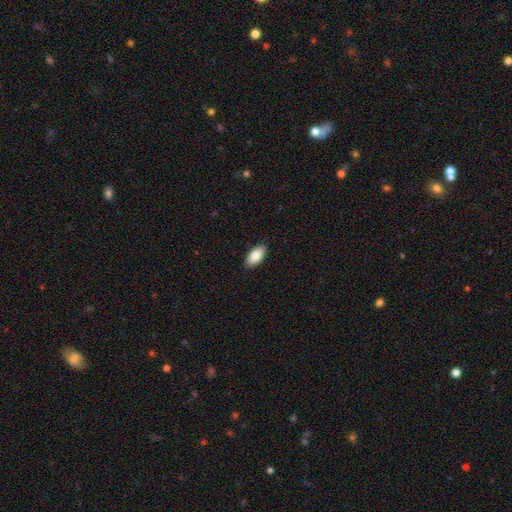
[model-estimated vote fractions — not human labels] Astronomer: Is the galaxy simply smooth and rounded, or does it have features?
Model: smooth — 86%.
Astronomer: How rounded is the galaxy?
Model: in between — 92%.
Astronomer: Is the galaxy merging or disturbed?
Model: none — 88%.